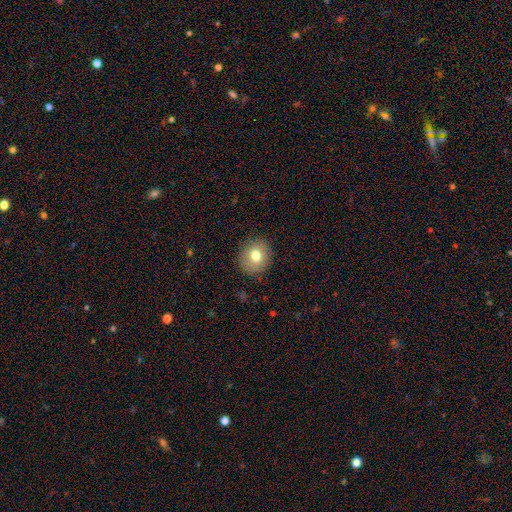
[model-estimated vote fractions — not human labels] Smooth or featured?
  - smooth: 75% *
  - featured or disk: 15%
  - star or artifact: 10%
How rounded?
  - round: 80% *
  - in between: 19%
  - cigar-shaped: 1%
Merging?
  - none: 88% *
  - minor disturbance: 8%
  - major disturbance: 3%
  - merger: 1%